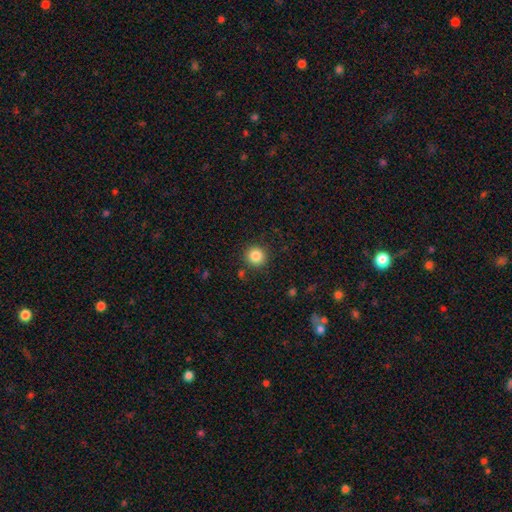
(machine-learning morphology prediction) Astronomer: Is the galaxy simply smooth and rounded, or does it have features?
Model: smooth — 85%.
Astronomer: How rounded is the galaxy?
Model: round — 94%.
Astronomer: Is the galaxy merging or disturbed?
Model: none — 89%.